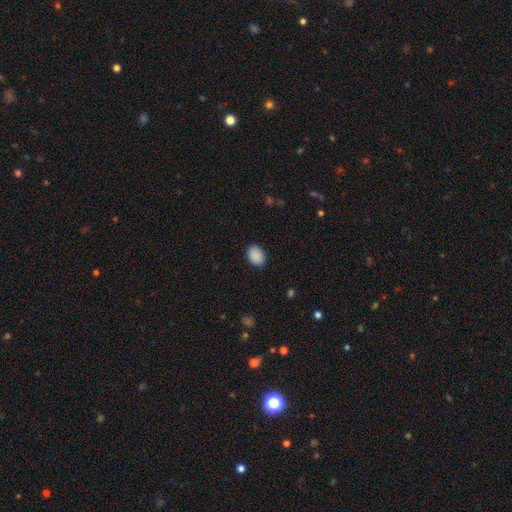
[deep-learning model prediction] Morphology: type=smooth (90%); roundness=in between (72%); merging=none (88%).